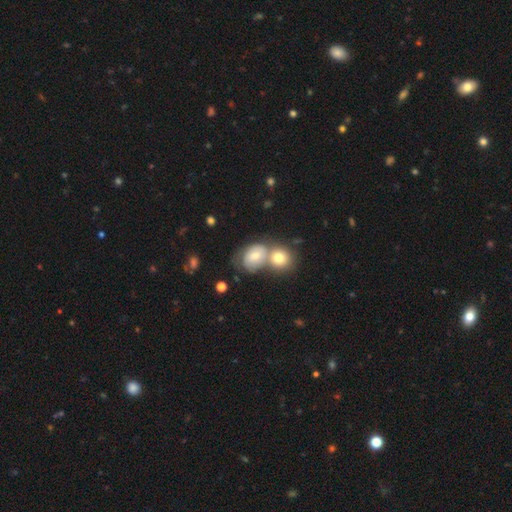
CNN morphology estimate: Smooth or featured?
  - smooth: 51% *
  - featured or disk: 31%
  - star or artifact: 18%
How rounded?
  - round: 60% *
  - in between: 38%
  - cigar-shaped: 2%
Merging?
  - merger: 57% *
  - none: 32%
  - minor disturbance: 7%
  - major disturbance: 4%